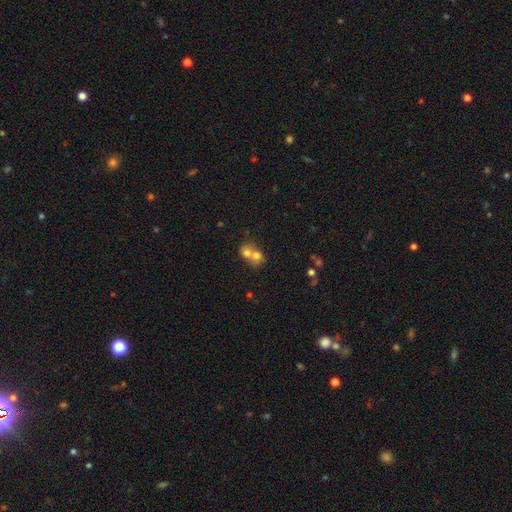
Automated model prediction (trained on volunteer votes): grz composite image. It shows a smooth galaxy with no disk features (69%) that is round (70%). Merging: merger (70%).